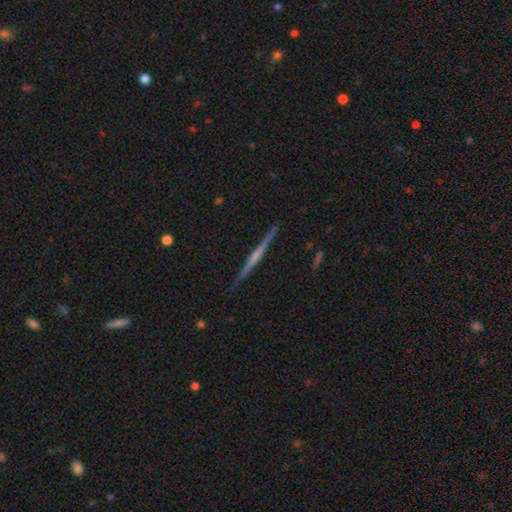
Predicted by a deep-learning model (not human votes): This is likely a featured or disk galaxy (72%). It is clearly viewed edge-on (98%). Edge-on bulge: possibly rounded (57%). Merging: clearly none (91%).